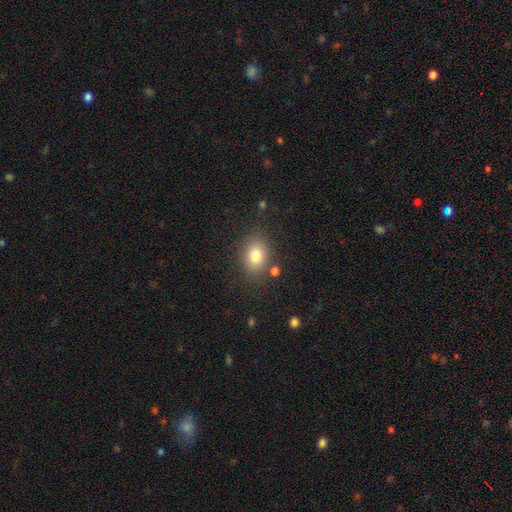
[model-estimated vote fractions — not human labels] Overall: smooth (80%). How rounded: in between (61%; round 38%). Merging: none (78%).